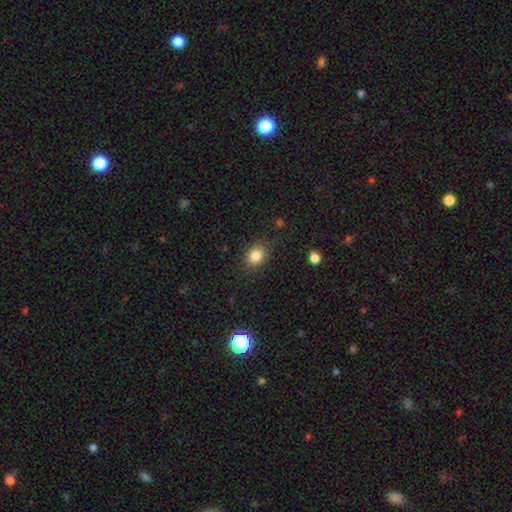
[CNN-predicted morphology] smooth 83%, star or artifact 11%, featured or disk 6%. Down the decision tree: how rounded — in between (53%); merging — none (84%).